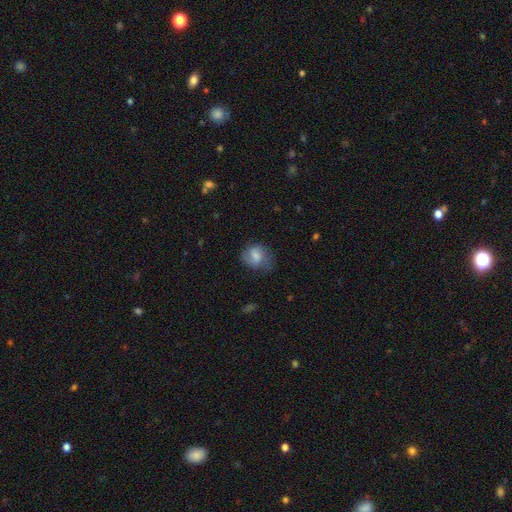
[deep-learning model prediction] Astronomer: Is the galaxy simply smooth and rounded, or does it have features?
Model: smooth — 66%.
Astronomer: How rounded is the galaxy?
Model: round — 57% (runner-up: in between, 42%).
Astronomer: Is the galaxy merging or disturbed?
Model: none — 53% (runner-up: minor disturbance, 31%).